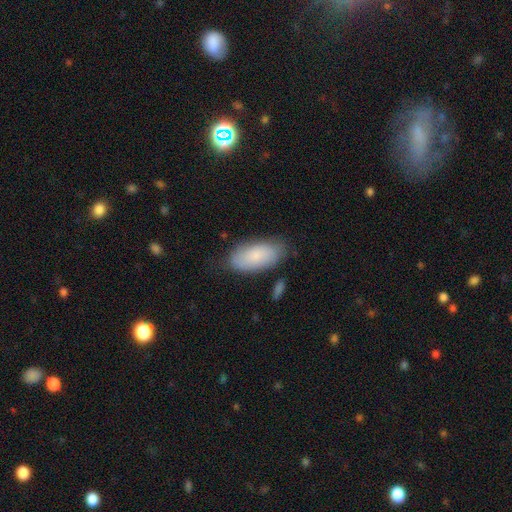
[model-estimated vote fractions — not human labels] The model was most divided on "merging": none: 74%, minor disturbance: 18%, major disturbance: 4%, merger: 3%. More confident: how rounded — in between (93%); smooth or featured — smooth (77%).